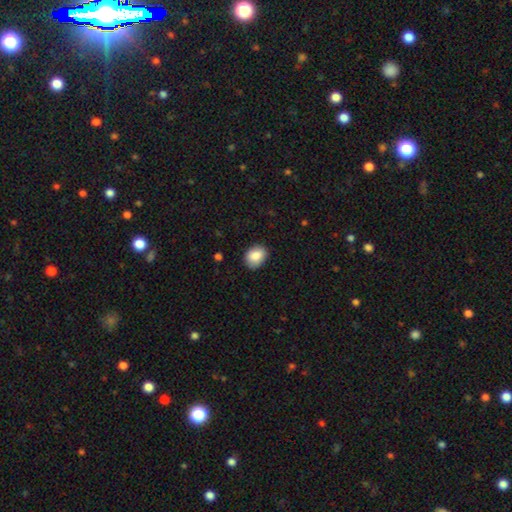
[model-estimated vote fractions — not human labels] Q: Smooth or featured?
A: smooth (86%); runner-up: star or artifact (8%)
Q: How rounded?
A: in between (61%); runner-up: round (38%)
Q: Merging?
A: none (84%); runner-up: minor disturbance (13%)